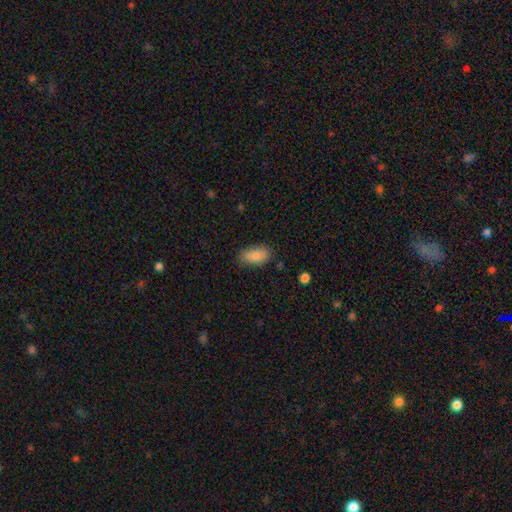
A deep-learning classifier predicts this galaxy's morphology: This is clearly a smooth galaxy (85%). How rounded: clearly in between (92%). Merging: likely none (79%).